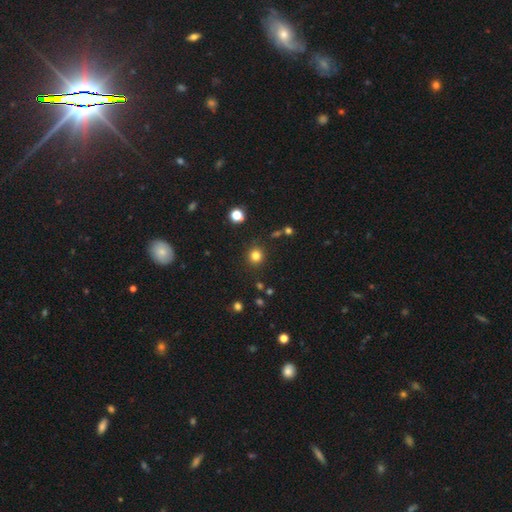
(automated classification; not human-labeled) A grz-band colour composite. It shows a smooth galaxy with no disk features (81%) that is round (91%). Merging: none (89%).